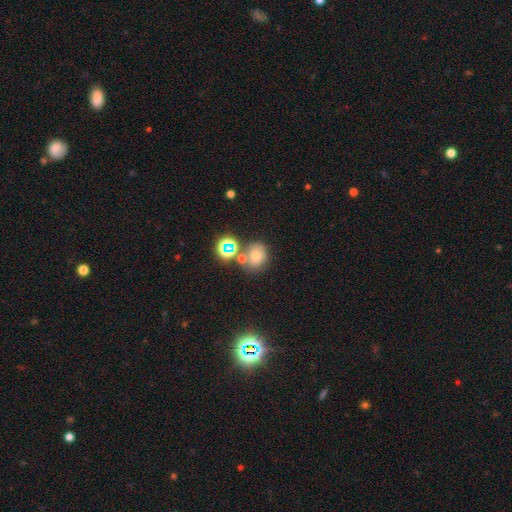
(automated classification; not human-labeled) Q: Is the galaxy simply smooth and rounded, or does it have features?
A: smooth — 56%.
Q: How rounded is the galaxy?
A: round — 71%.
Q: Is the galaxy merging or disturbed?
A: none — 65%.